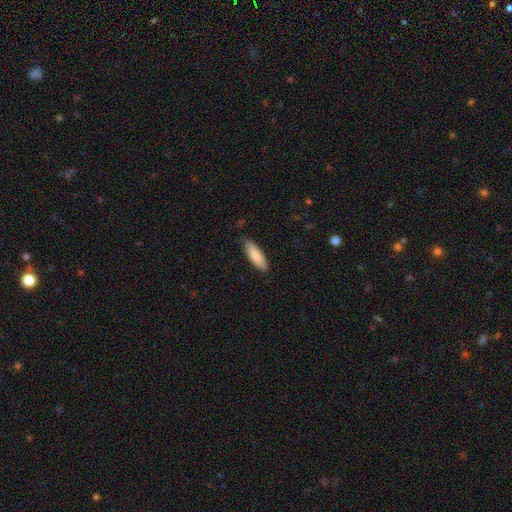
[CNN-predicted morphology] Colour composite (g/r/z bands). It shows a smooth galaxy with no disk features (87%) that is in between round and cigar-shaped (53%). Merging: none (87%).